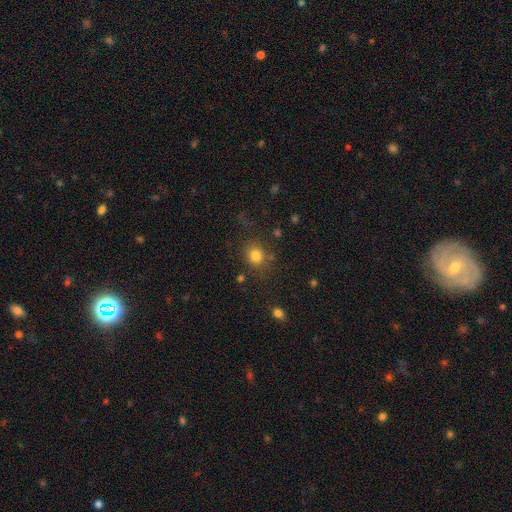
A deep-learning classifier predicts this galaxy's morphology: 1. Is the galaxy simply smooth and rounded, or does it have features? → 81% smooth, 13% star or artifact, 6% featured or disk.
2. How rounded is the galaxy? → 77% round, 22% in between, 1% cigar-shaped.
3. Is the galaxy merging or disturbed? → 80% none, 11% minor disturbance, 5% major disturbance, 4% merger.